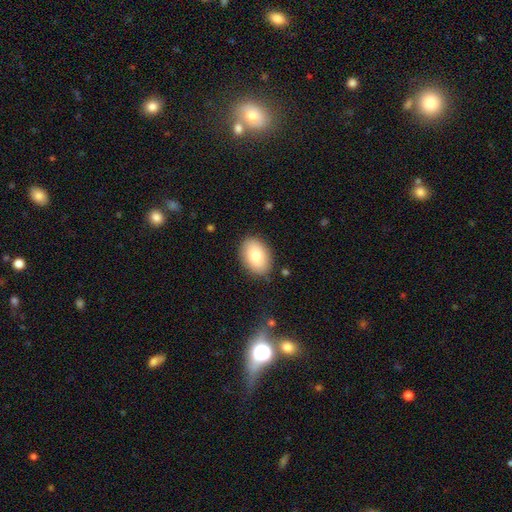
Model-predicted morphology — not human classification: Smooth or featured: smooth — 82% (featured or disk — 11%)
How rounded: in between — 86% (round — 13%)
Merging: none — 84% (minor disturbance — 11%)